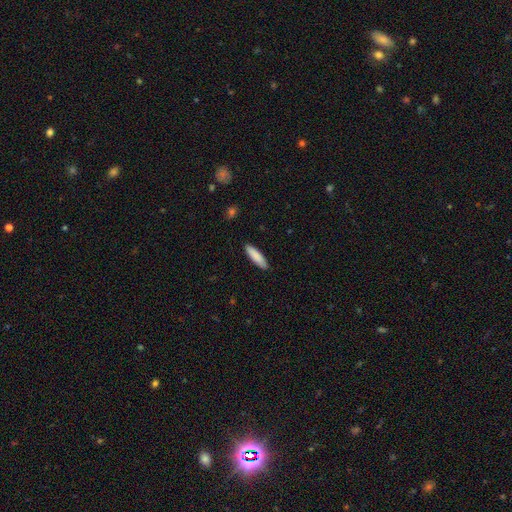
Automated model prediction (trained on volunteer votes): A smooth galaxy with no disk features (88%) that is cigar-shaped (70%).

Vote fractions:
- Smooth or featured? smooth: 88% / featured or disk: 7% / star or artifact: 5%
- How rounded? cigar-shaped: 70% / in between: 29% / round: 1%
- Merging? none: 90% / minor disturbance: 7% / major disturbance: 1% / merger: 1%